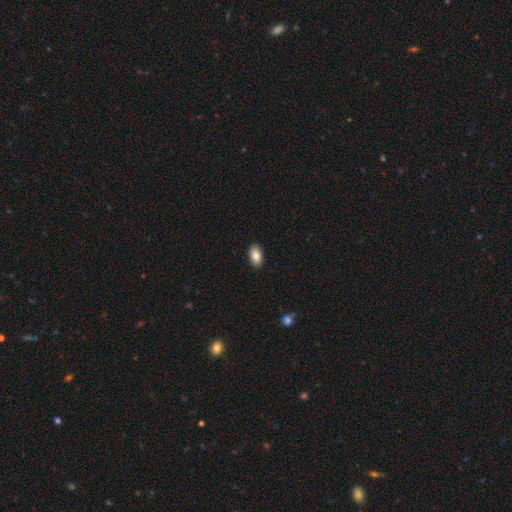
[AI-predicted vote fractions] Morphology: type=smooth (84%); roundness=in between (93%); merging=none (90%).